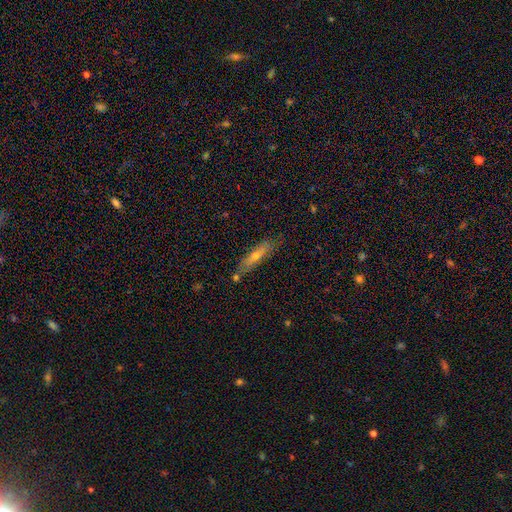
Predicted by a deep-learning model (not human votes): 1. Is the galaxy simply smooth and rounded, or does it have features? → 48% smooth, 44% featured or disk, 8% star or artifact.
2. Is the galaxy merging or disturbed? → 75% none, 17% minor disturbance, 5% merger, 3% major disturbance.